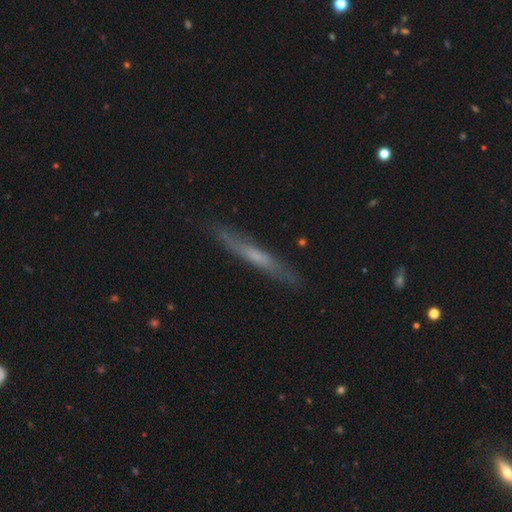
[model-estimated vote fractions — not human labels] Q: Smooth or featured?
A: featured or disk (50%); runner-up: smooth (43%)
Q: Merging?
A: none (82%); runner-up: minor disturbance (14%)